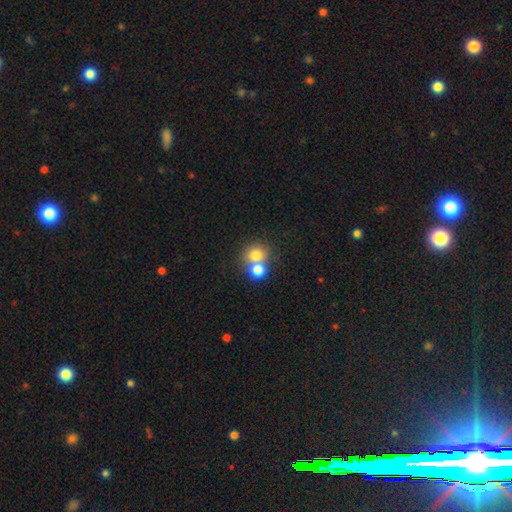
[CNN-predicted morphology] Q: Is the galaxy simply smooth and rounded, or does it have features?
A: smooth — 76%.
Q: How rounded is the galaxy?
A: round — 80%.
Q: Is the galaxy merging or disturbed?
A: merger — 55%.